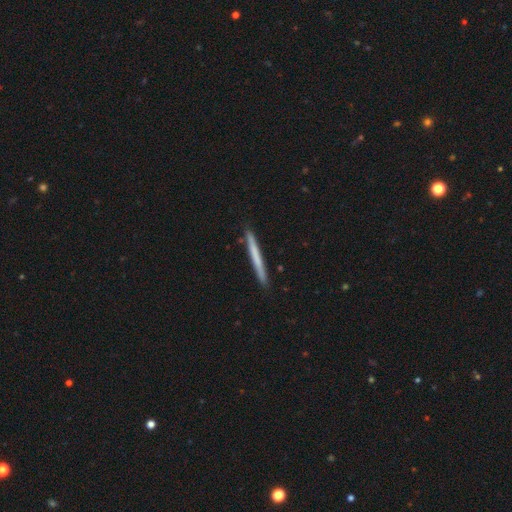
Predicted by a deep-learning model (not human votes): Morphology: type=smooth (60%); roundness=cigar-shaped (97%); merging=none (91%).